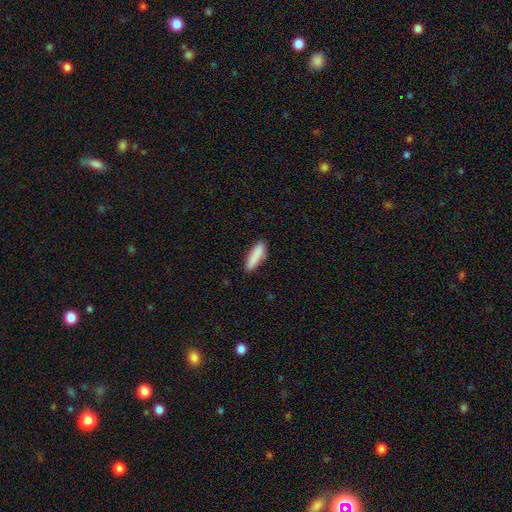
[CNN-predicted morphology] smooth_or_featured: smooth (p=0.88) [alt: star or artifact p=0.06]
how_rounded: cigar-shaped (p=0.61) [alt: in between p=0.37]
merging: none (p=0.85) [alt: minor disturbance p=0.11]